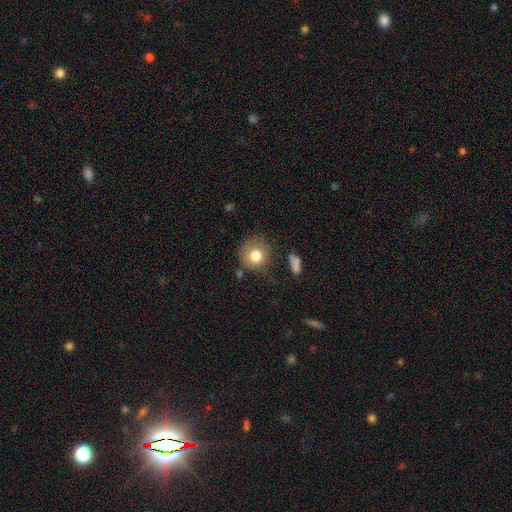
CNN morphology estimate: Smooth or featured? smooth (78%)
How rounded? round (88%)
Merging? none (64%)